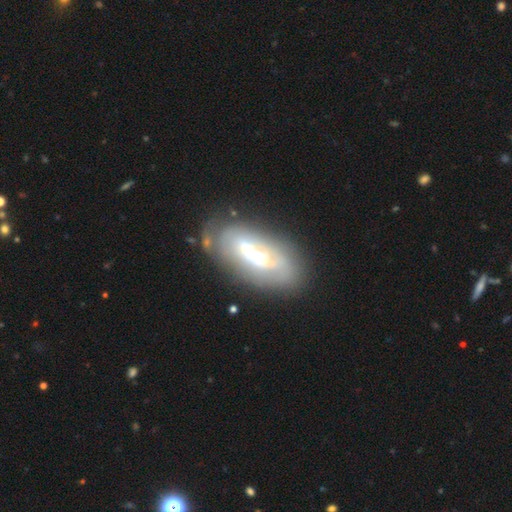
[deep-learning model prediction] smooth_or_featured: featured or disk (p=0.64) [alt: smooth p=0.29]
disk_edge_on: no (p=0.82) [alt: yes p=0.18]
bar: no (p=0.37) [alt: weak p=0.32]
has_spiral_arms: no (p=0.60) [alt: yes p=0.40]
bulge_size: moderate (p=0.59) [alt: small p=0.22]
merging: none (p=0.60) [alt: minor disturbance p=0.21]